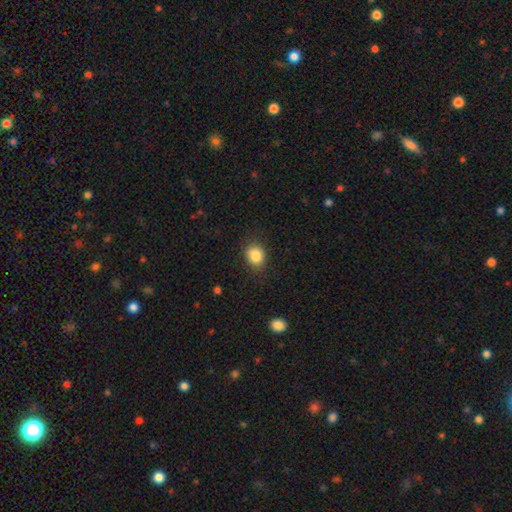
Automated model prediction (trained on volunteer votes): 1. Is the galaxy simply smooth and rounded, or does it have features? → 86% smooth, 9% star or artifact, 5% featured or disk.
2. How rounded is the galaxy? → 50% round, 49% in between, 1% cigar-shaped.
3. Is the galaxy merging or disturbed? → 83% none, 12% minor disturbance, 3% major disturbance, 1% merger.